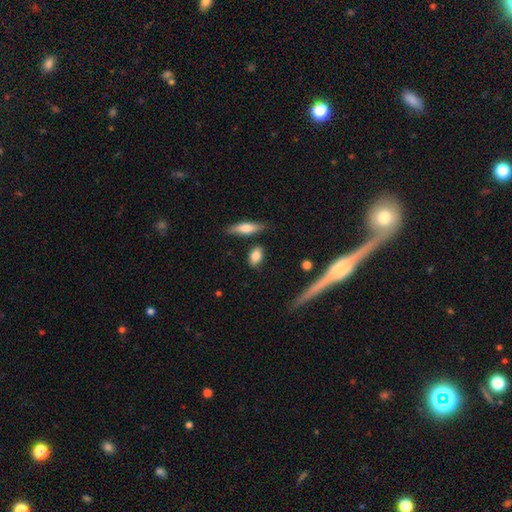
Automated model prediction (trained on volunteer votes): A smooth galaxy with no disk features (82%) that is in between round and cigar-shaped (79%). Merging: none (79%).